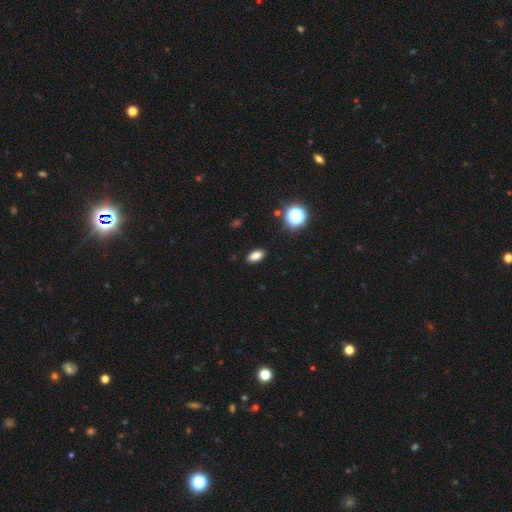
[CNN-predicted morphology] smooth-or-featured: smooth: 82% | star or artifact: 13% | featured or disk: 5%
  how-rounded: in between: 87% | round: 7% | cigar-shaped: 6%
  merging: none: 89% | minor disturbance: 8% | major disturbance: 2% | merger: 1%